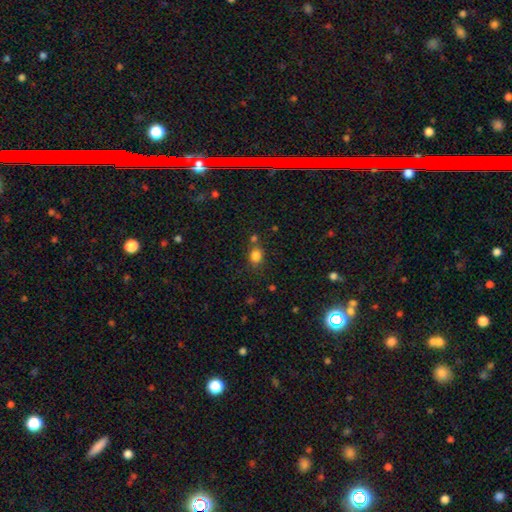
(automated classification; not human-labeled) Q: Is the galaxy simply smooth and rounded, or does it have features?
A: smooth — 82%.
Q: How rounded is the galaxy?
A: round — 55%.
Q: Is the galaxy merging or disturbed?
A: none — 68%.